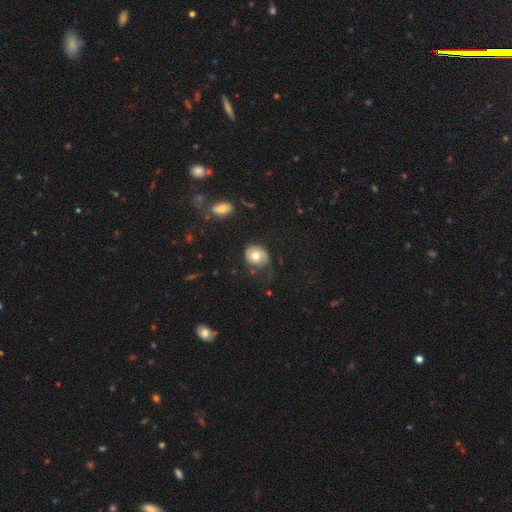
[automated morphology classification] smooth_or_featured: smooth (p=0.67) [alt: featured or disk p=0.25]
how_rounded: round (p=0.66) [alt: in between p=0.33]
merging: none (p=0.53) [alt: minor disturbance p=0.28]